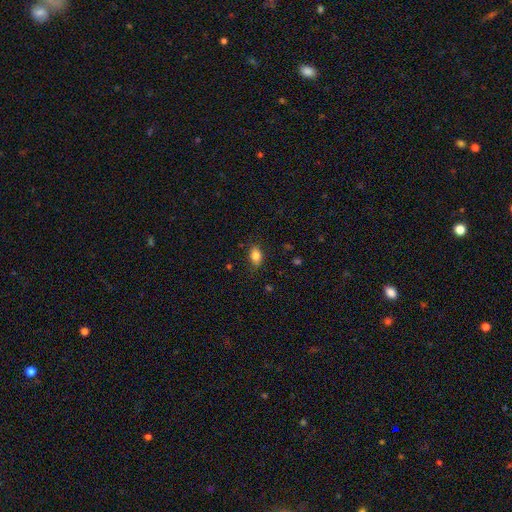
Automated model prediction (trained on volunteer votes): Smooth or featured? Predicted: smooth (p=0.83). How rounded? Predicted: in between (p=0.83). Merging? Predicted: none (p=0.79).